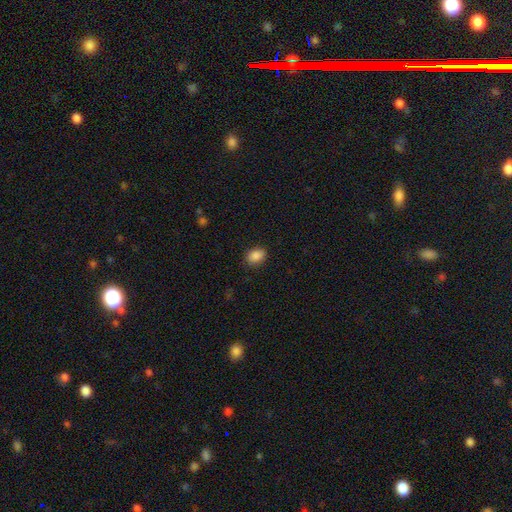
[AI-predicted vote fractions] This appears to be a smooth galaxy with no disk features (88%) that is in between round and cigar-shaped (72%). Merging: none (85%).